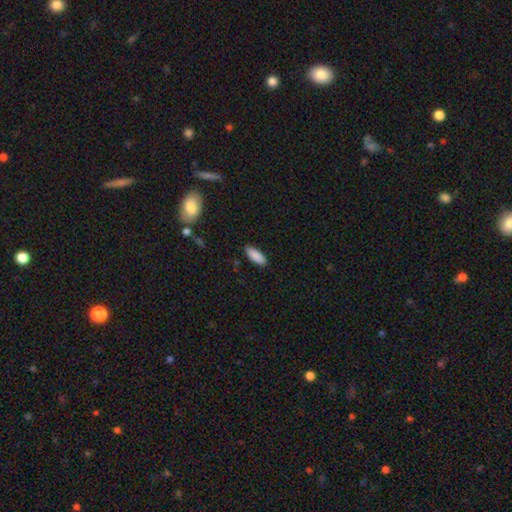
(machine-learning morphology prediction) A smooth galaxy with no disk features (89%) that is in between round and cigar-shaped (71%).

Vote fractions:
- Smooth or featured? smooth: 89% / star or artifact: 6% / featured or disk: 5%
- How rounded? in between: 71% / cigar-shaped: 27% / round: 2%
- Merging? none: 87% / minor disturbance: 9% / major disturbance: 2% / merger: 1%